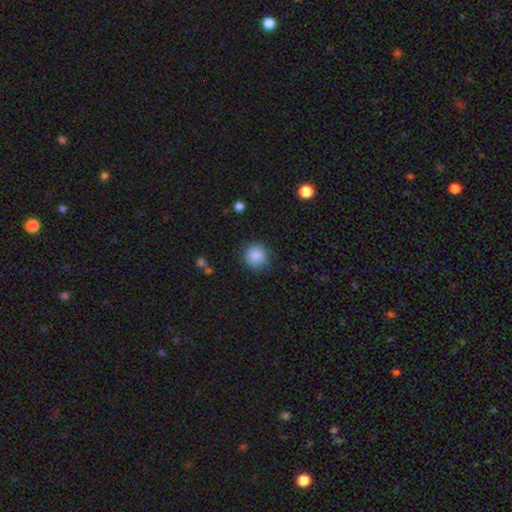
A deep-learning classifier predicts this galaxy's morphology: The model was most divided on "merging": none: 85%, minor disturbance: 10%, major disturbance: 3%, merger: 1%. More confident: how rounded — round (91%); smooth or featured — smooth (88%).